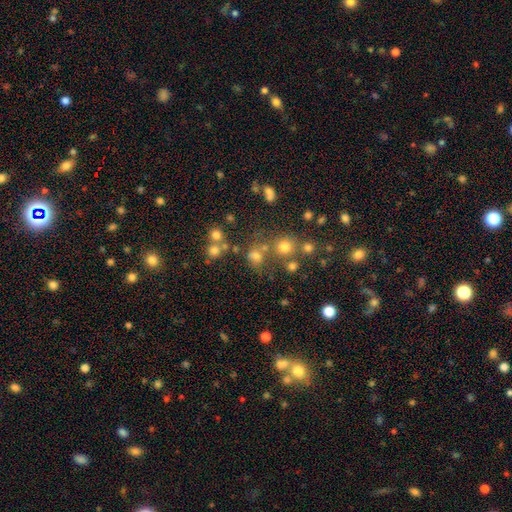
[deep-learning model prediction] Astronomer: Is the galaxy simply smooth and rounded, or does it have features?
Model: smooth — 69%.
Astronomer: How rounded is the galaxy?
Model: round — 69%.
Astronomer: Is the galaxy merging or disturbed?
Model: none — 59%.